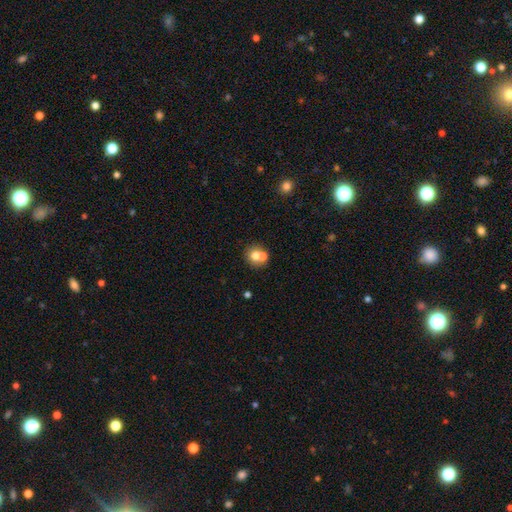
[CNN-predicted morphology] smooth-or-featured: smooth: 68% | featured or disk: 20% | star or artifact: 11%
  how-rounded: round: 80% | in between: 19% | cigar-shaped: 1%
  merging: merger: 47% | none: 43% | minor disturbance: 7% | major disturbance: 3%